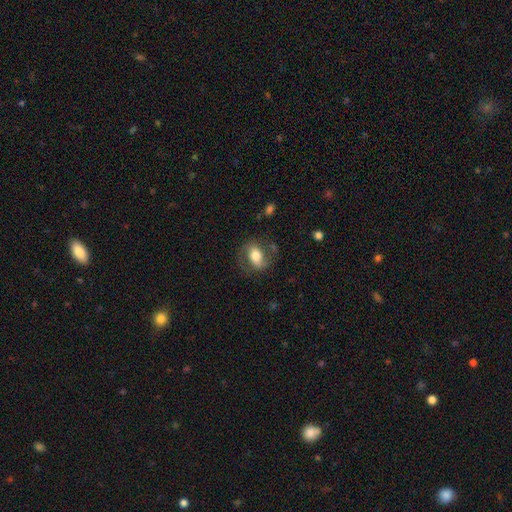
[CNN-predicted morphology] A smooth galaxy with no disk features (53%) that is in between round and cigar-shaped (77%). Merging: none (65%).